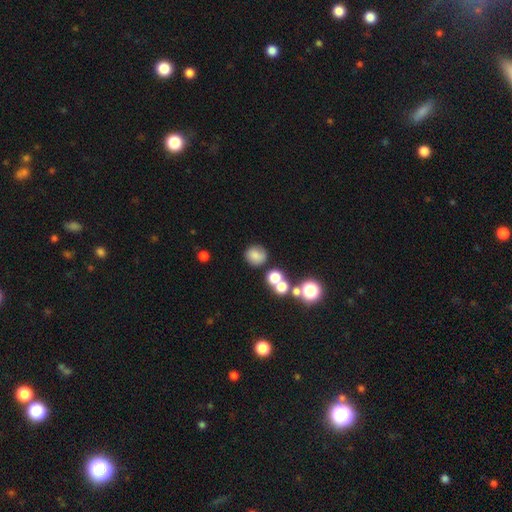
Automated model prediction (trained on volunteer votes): A smooth galaxy with no disk features (75%) that is round (83%). Merging: none (72%).